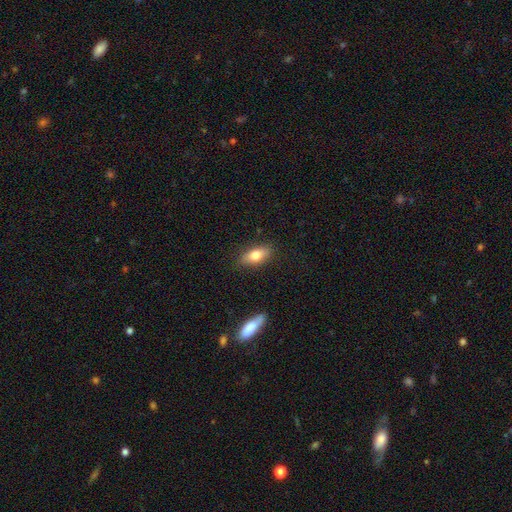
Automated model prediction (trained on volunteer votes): A smooth galaxy with no disk features (74%) that is in between round and cigar-shaped (82%).

Vote fractions:
- Smooth or featured? smooth: 74% / featured or disk: 19% / star or artifact: 7%
- How rounded? in between: 82% / cigar-shaped: 13% / round: 5%
- Merging? none: 86% / minor disturbance: 10% / major disturbance: 2% / merger: 2%